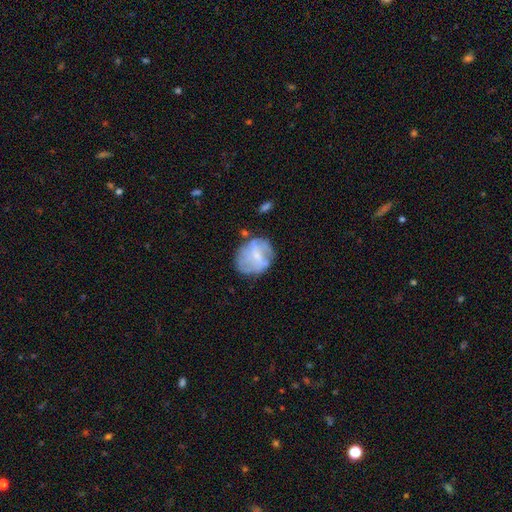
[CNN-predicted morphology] type=featured or disk (47%); merging=none (58%).